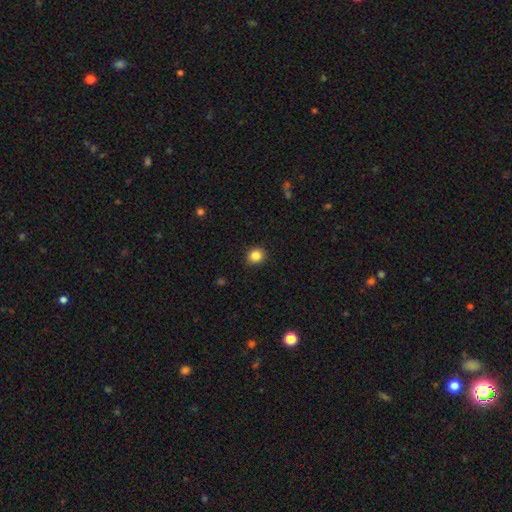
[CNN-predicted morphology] A smooth galaxy with no disk features (85%) that is round (85%). Merging: none (91%).